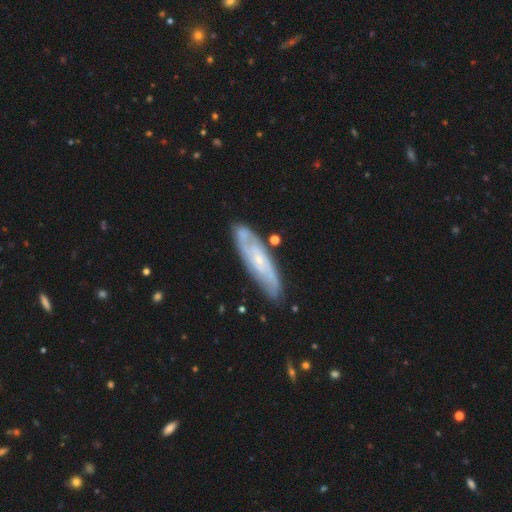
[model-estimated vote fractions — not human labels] The model was most divided on "edge-on disk": no: 68%, yes: 32%. More confident: merging — none (80%); smooth or featured — featured or disk (65%).